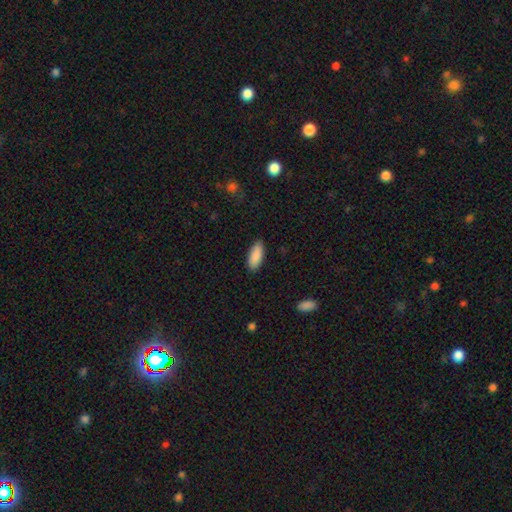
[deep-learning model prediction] A smooth galaxy with no disk features (89%) that is in between round and cigar-shaped (79%).

Vote fractions:
- Smooth or featured? smooth: 89% / star or artifact: 6% / featured or disk: 5%
- How rounded? in between: 79% / cigar-shaped: 20% / round: 2%
- Merging? none: 88% / minor disturbance: 9% / major disturbance: 2% / merger: 1%